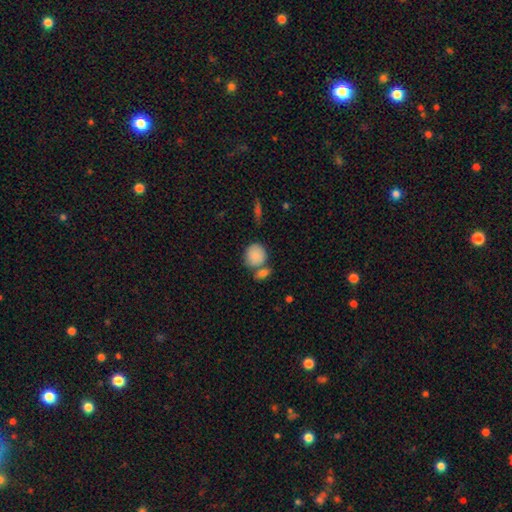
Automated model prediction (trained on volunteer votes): Overall: smooth (86%). How rounded: round (72%). Merging: none (50%; merger 33%).